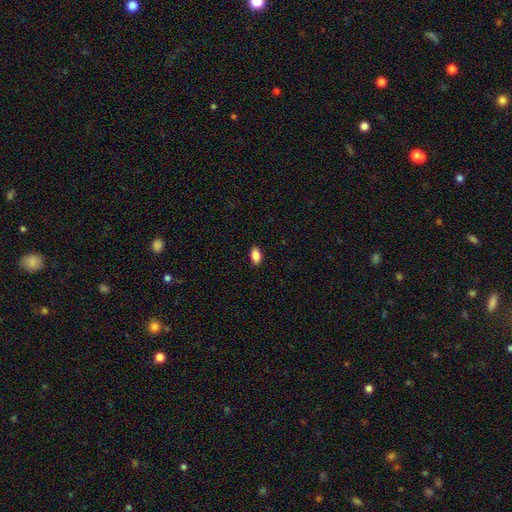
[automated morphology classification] smooth 87%, star or artifact 8%, featured or disk 5%. Down the decision tree: how rounded — in between (90%); merging — none (88%).